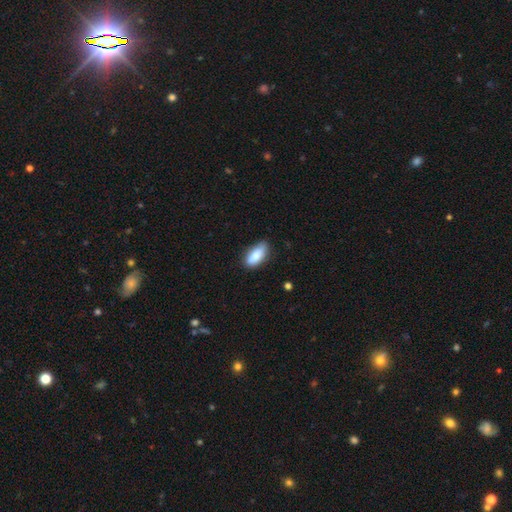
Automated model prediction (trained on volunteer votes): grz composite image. It shows a smooth galaxy with no disk features (82%) that is in between round and cigar-shaped (82%). Merging: none (80%).